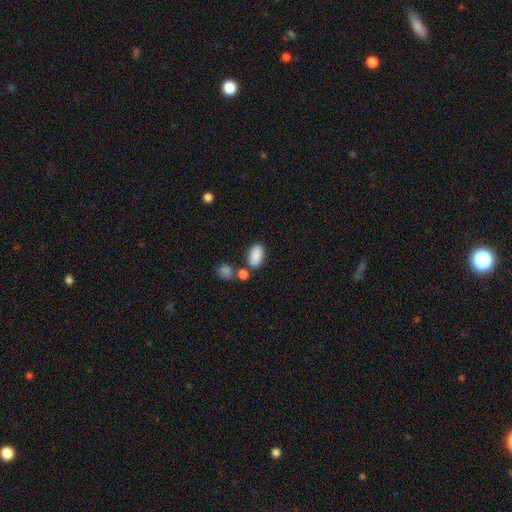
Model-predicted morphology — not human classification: This is clearly a smooth galaxy (88%). How rounded: clearly in between (93%). Merging: likely none (68%).